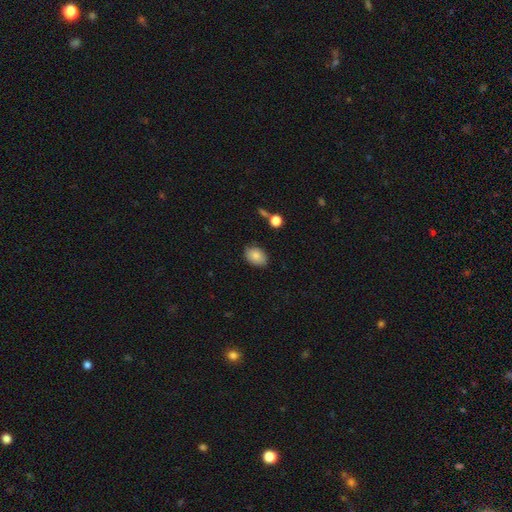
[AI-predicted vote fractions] This appears to be a smooth galaxy with no disk features (85%) that is in between round and cigar-shaped (82%). Merging: none (82%).